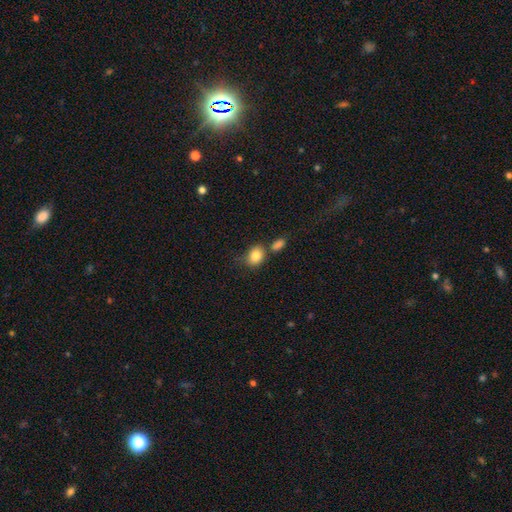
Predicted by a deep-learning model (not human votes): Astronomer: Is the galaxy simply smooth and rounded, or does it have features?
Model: smooth — 83%.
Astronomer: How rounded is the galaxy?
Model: in between — 51% (runner-up: round, 48%).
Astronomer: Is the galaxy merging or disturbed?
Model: none — 54%.